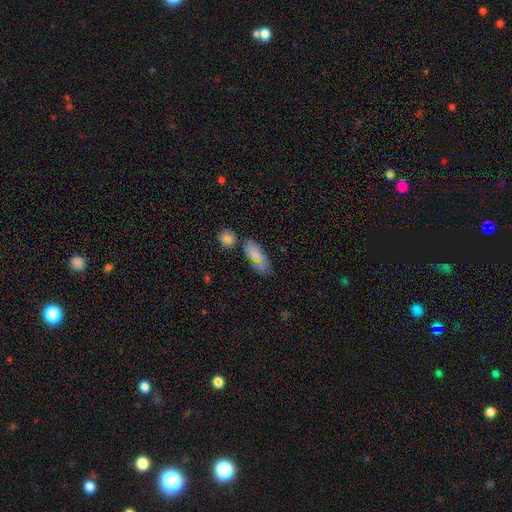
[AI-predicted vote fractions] Smooth or featured?
  - smooth: 76% *
  - featured or disk: 14%
  - star or artifact: 9%
How rounded?
  - in between: 80% *
  - cigar-shaped: 15%
  - round: 4%
Merging?
  - none: 64% *
  - minor disturbance: 19%
  - merger: 11%
  - major disturbance: 6%